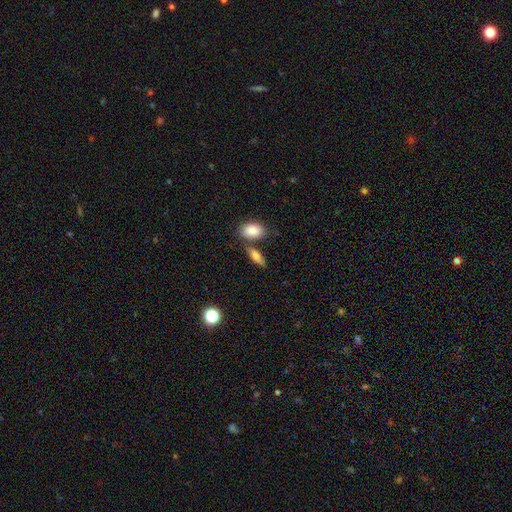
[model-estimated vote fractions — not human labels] A smooth galaxy with no disk features (70%) that is in between round and cigar-shaped (65%). Merging: none (69%).